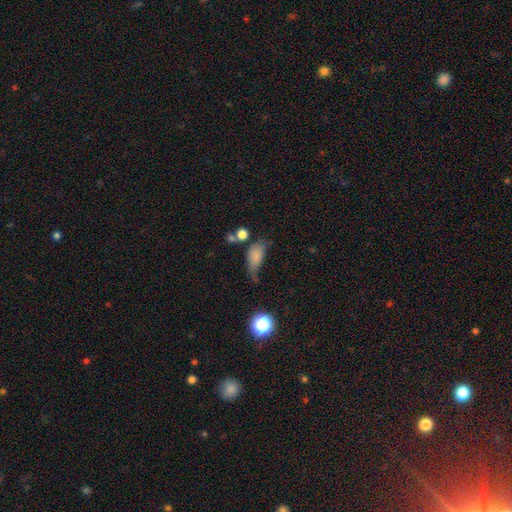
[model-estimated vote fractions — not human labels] A smooth galaxy with no disk features (73%) that is in between round and cigar-shaped (84%). Merging: minor disturbance (33%).